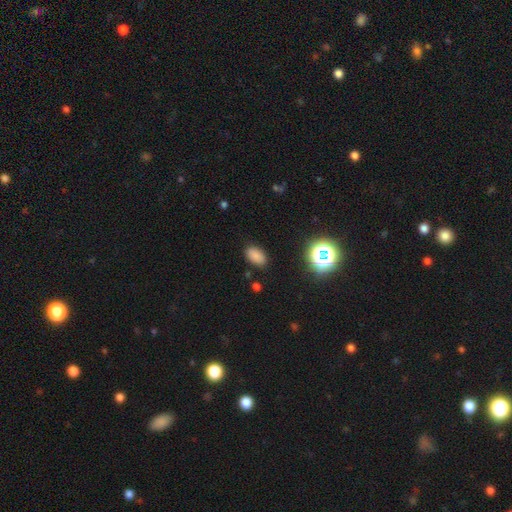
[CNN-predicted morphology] This appears to be a smooth galaxy with no disk features (80%) that is in between round and cigar-shaped (91%). Merging: none (86%).